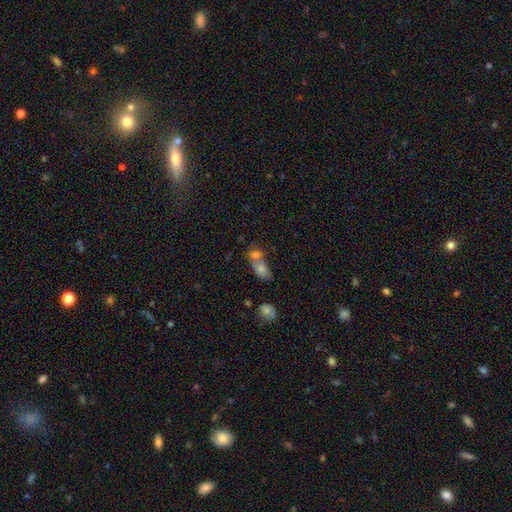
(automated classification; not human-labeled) This appears to be a smooth galaxy with no disk features (65%) that is in between round and cigar-shaped (56%). Merging: merger (63%).